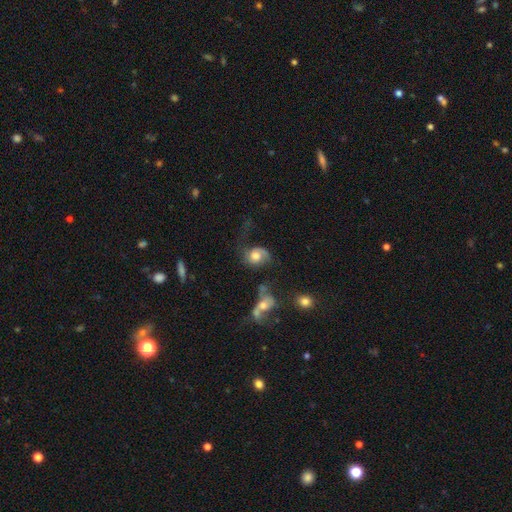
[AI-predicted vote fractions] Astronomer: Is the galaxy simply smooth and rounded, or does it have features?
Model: featured or disk — 56% (runner-up: smooth, 36%).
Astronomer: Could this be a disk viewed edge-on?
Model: no — 96%.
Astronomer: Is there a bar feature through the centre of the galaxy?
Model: no — 73%.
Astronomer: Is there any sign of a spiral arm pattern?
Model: yes — 85%.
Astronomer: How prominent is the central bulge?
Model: moderate — 51% (runner-up: large, 32%).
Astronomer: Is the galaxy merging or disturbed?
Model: none — 36% (runner-up: major disturbance, 33%).